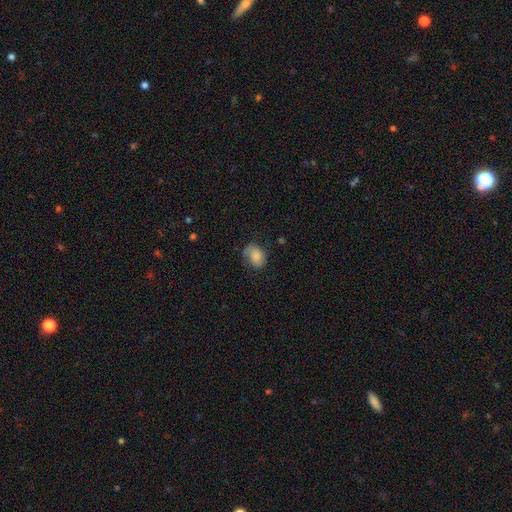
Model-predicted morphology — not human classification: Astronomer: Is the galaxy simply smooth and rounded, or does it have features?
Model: smooth — 76%.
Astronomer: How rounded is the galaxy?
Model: in between — 67%.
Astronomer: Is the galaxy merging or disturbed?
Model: none — 59%.